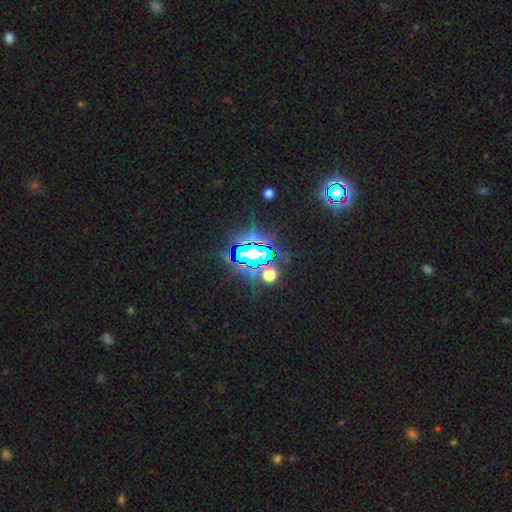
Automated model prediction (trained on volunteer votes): Smooth or featured?
  - star or artifact: 80% *
  - smooth: 12%
  - featured or disk: 8%